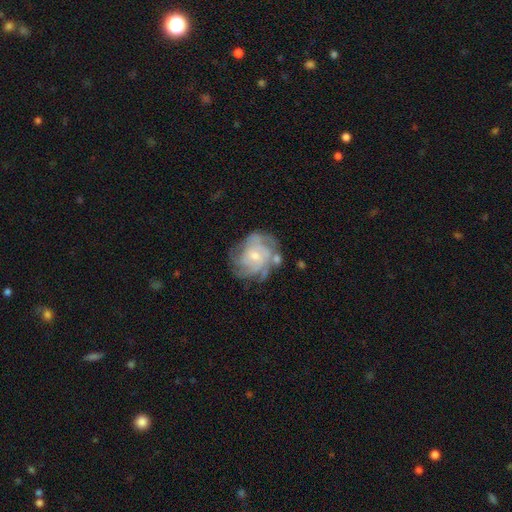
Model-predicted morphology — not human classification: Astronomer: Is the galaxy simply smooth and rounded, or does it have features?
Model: featured or disk — 79%.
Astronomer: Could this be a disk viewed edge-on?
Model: no — 98%.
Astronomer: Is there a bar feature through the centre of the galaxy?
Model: no — 73%.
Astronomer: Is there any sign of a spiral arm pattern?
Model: yes — 93%.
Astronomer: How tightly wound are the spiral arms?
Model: tight — 57% (runner-up: medium, 33%).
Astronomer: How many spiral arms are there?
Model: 4 — 32% (runner-up: can't tell, 29%).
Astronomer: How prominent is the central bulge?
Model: small — 64%.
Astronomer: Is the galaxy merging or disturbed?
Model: none — 62%.